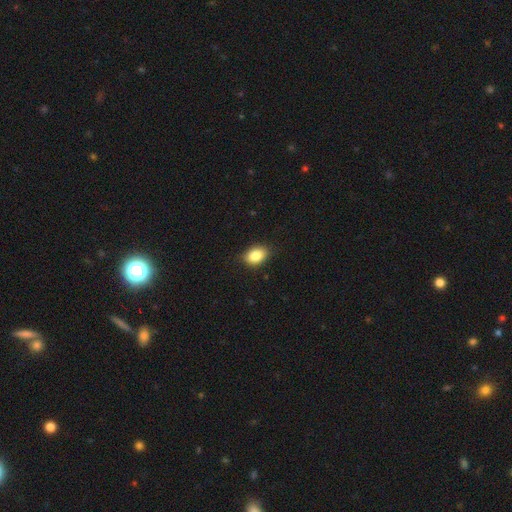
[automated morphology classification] Smooth or featured? Predicted: smooth (p=0.86). How rounded? Predicted: in between (p=0.80). Merging? Predicted: none (p=0.84).